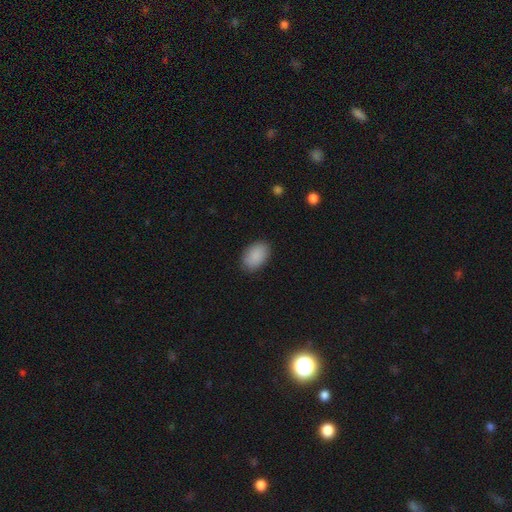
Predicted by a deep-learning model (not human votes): This is clearly a smooth galaxy (90%). How rounded: clearly in between (89%). Merging: clearly none (88%).